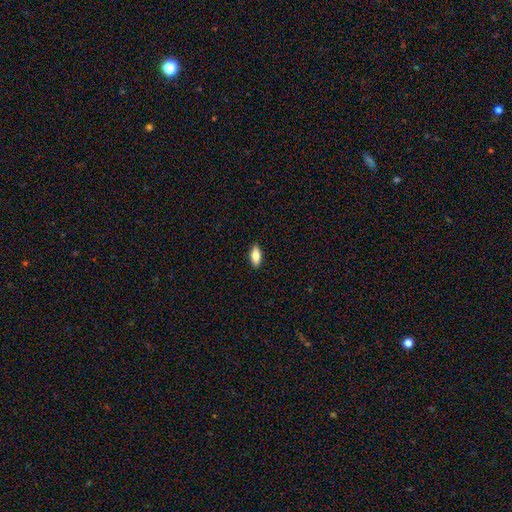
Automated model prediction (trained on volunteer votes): Smooth or featured?
  - smooth: 73% *
  - featured or disk: 20%
  - star or artifact: 7%
How rounded?
  - in between: 78% *
  - cigar-shaped: 19%
  - round: 3%
Merging?
  - none: 90% *
  - minor disturbance: 8%
  - major disturbance: 2%
  - merger: 1%